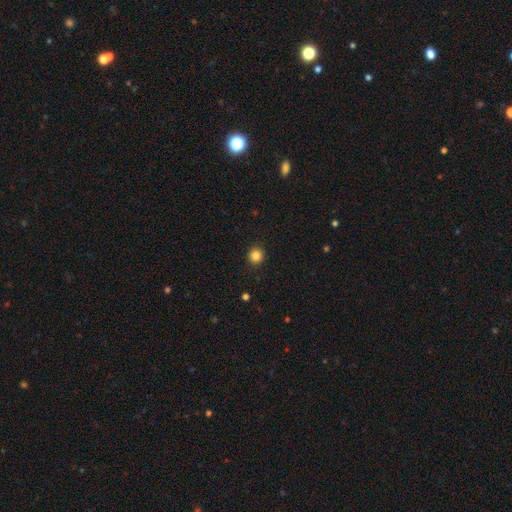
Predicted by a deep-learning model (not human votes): A smooth galaxy with no disk features (84%) that is round (92%).

Vote fractions:
- Smooth or featured? smooth: 84% / star or artifact: 12% / featured or disk: 4%
- How rounded? round: 92% / in between: 7% / cigar-shaped: 1%
- Merging? none: 92% / minor disturbance: 5% / major disturbance: 2% / merger: 1%